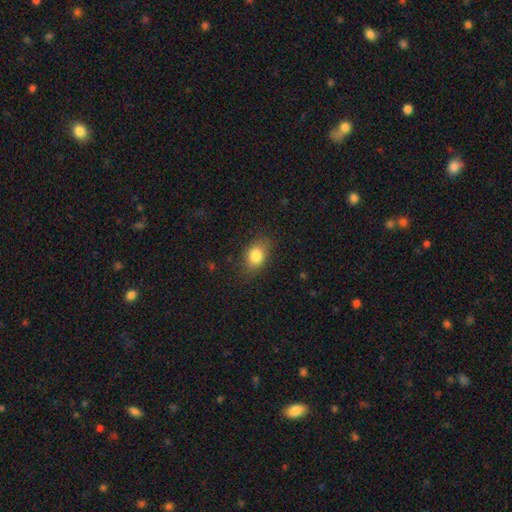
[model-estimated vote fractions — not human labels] Q: Smooth or featured?
A: smooth (83%); runner-up: star or artifact (9%)
Q: How rounded?
A: in between (74%); runner-up: round (24%)
Q: Merging?
A: none (78%); runner-up: minor disturbance (16%)